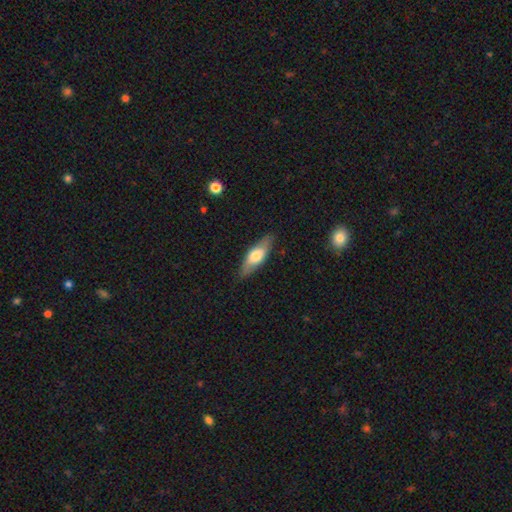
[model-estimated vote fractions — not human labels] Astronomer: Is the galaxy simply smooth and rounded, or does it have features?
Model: smooth — 58% (runner-up: featured or disk, 36%).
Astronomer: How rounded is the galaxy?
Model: in between — 58% (runner-up: cigar-shaped, 40%).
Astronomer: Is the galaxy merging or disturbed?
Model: none — 84%.